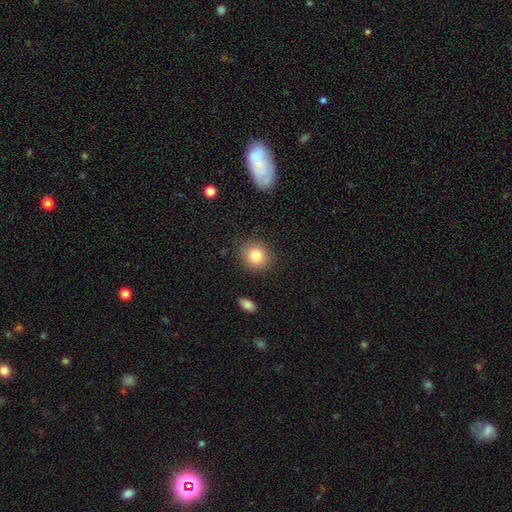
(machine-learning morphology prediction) Q: Smooth or featured?
A: smooth (82%); runner-up: star or artifact (10%)
Q: How rounded?
A: round (76%); runner-up: in between (23%)
Q: Merging?
A: none (87%); runner-up: minor disturbance (9%)